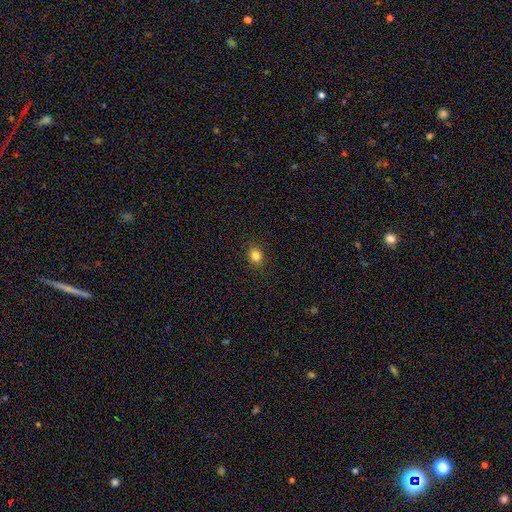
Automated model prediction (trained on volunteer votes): Q: Smooth or featured?
A: smooth (82%); runner-up: star or artifact (13%)
Q: How rounded?
A: round (74%); runner-up: in between (25%)
Q: Merging?
A: none (90%); runner-up: minor disturbance (7%)